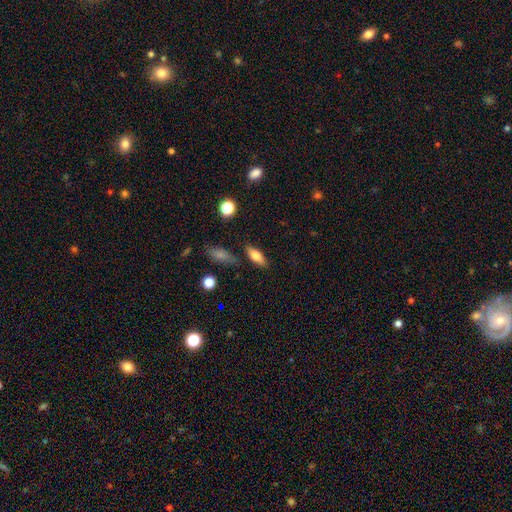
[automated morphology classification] The model was most divided on "how rounded": in between: 74%, cigar-shaped: 22%, round: 4%. More confident: merging — none (81%); smooth or featured — smooth (72%).